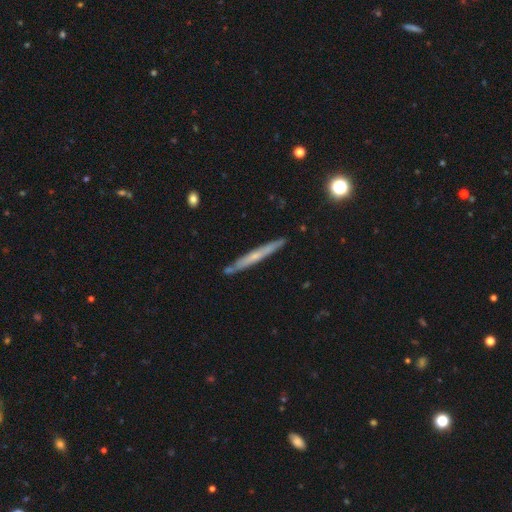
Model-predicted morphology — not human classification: This appears to be a featured or disk galaxy (53%) viewed edge-on (94%) with no central bulge (64%). Merging: none (86%).